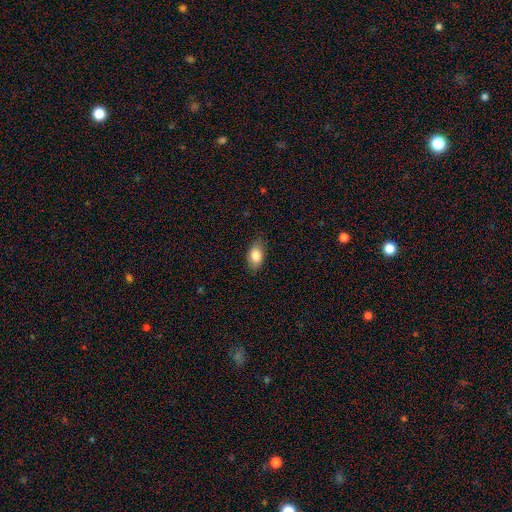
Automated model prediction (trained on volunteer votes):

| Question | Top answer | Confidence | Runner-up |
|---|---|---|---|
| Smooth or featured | smooth | 83% | featured or disk (10%) |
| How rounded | in between | 90% | round (7%) |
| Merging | none | 83% | minor disturbance (14%) |